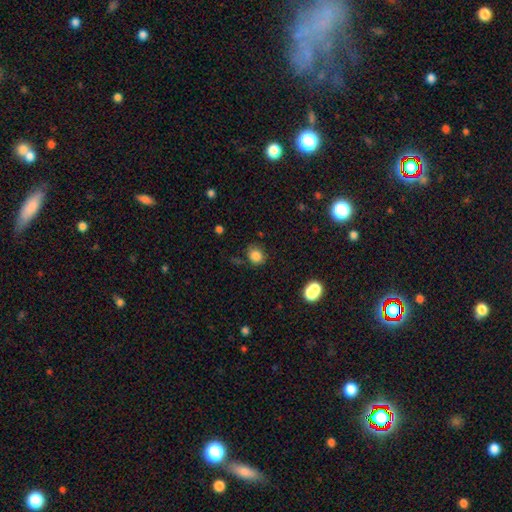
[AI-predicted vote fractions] A smooth galaxy with no disk features (83%) that is round (68%). Merging: none (72%).